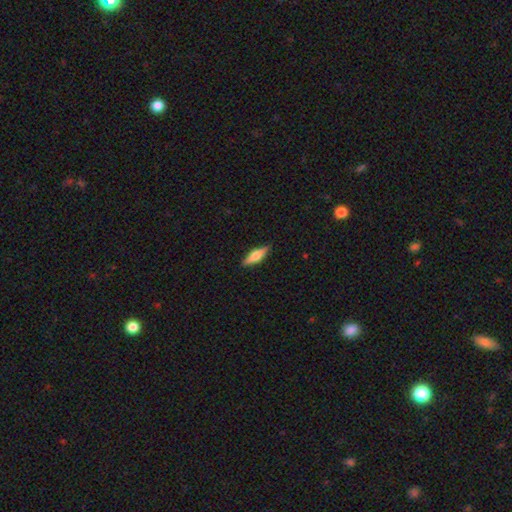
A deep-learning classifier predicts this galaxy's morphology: smooth_or_featured: smooth (p=0.57) [alt: featured or disk p=0.37]
how_rounded: cigar-shaped (p=0.60) [alt: in between p=0.38]
merging: none (p=0.89) [alt: minor disturbance p=0.08]